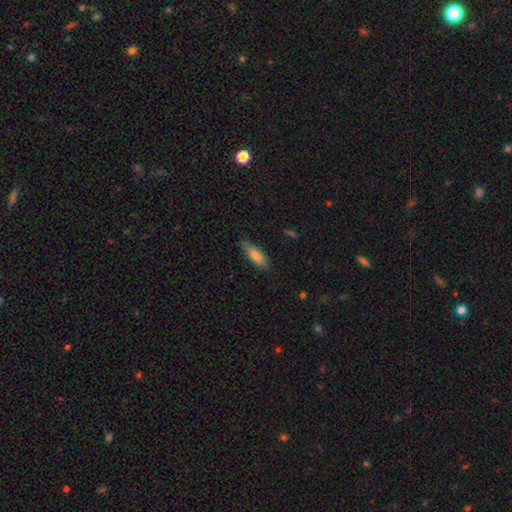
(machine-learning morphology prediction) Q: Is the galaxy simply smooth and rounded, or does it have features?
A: smooth — 79%.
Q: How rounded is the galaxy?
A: in between — 51%.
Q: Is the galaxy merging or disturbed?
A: none — 77%.